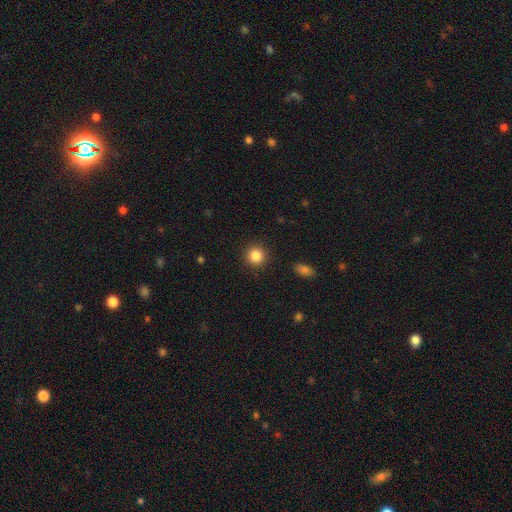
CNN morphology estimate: type=smooth (85%); roundness=round (93%); merging=none (91%).